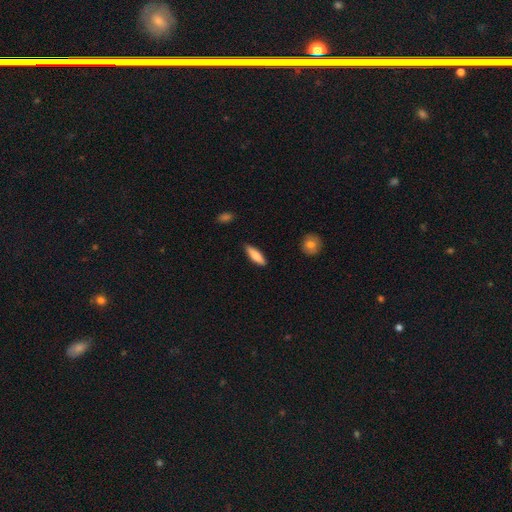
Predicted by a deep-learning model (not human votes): This is likely a smooth galaxy (79%). How rounded: possibly cigar-shaped (56%). Merging: clearly none (87%).